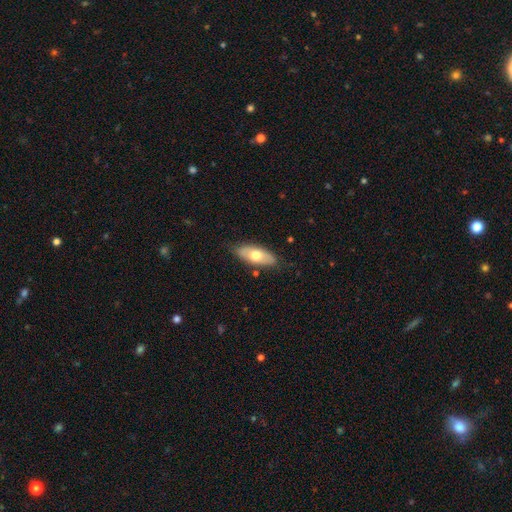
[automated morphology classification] This is likely a smooth galaxy (62%). How rounded: clearly in between (83%). Merging: clearly none (82%).